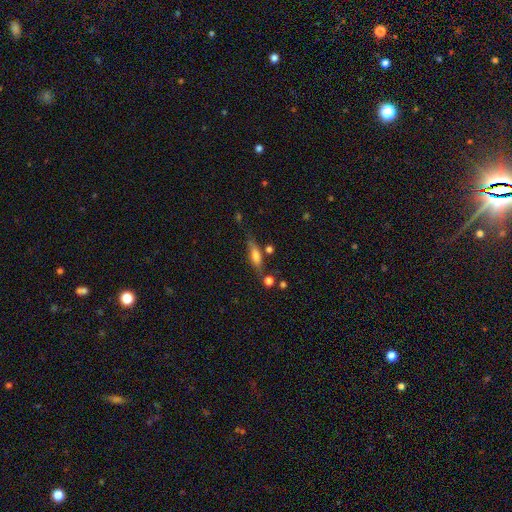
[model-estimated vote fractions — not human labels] Smooth or featured?
  - smooth: 59% *
  - featured or disk: 32%
  - star or artifact: 9%
How rounded?
  - cigar-shaped: 52% *
  - in between: 44%
  - round: 4%
Merging?
  - none: 65% *
  - minor disturbance: 19%
  - merger: 9%
  - major disturbance: 7%